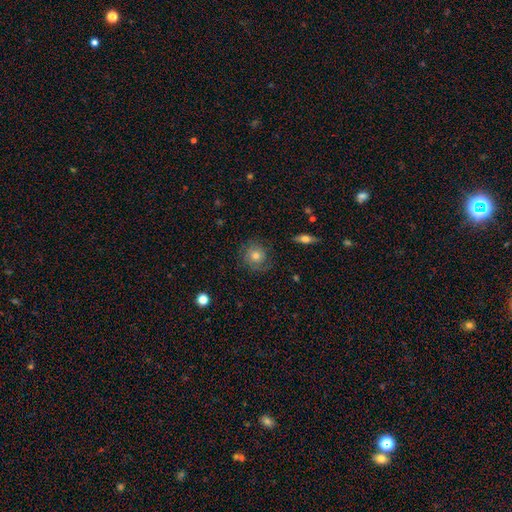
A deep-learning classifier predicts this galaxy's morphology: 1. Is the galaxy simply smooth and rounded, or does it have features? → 44% featured or disk (tied), 44% smooth (tied), 12% star or artifact.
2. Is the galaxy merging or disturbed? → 77% none, 15% minor disturbance, 7% major disturbance, 1% merger.